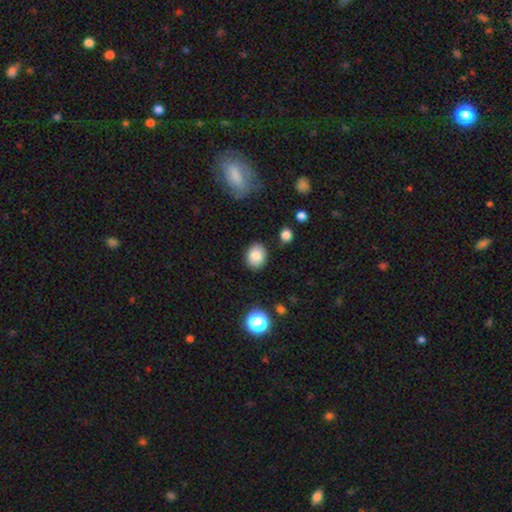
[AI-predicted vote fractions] A smooth galaxy with no disk features (84%) that is round (51%). Merging: none (86%).